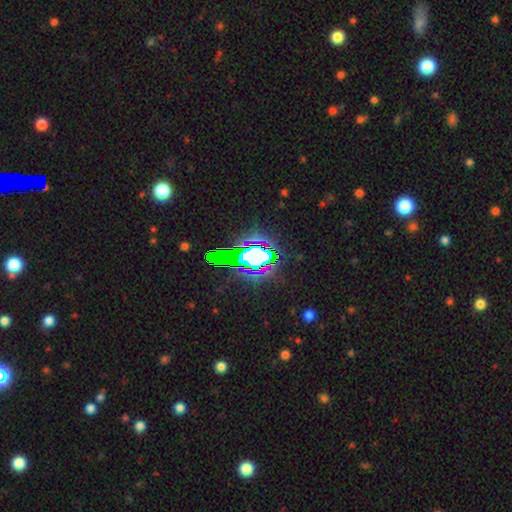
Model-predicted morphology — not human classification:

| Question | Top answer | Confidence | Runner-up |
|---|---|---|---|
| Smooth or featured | star or artifact | 65% | smooth (19%) |